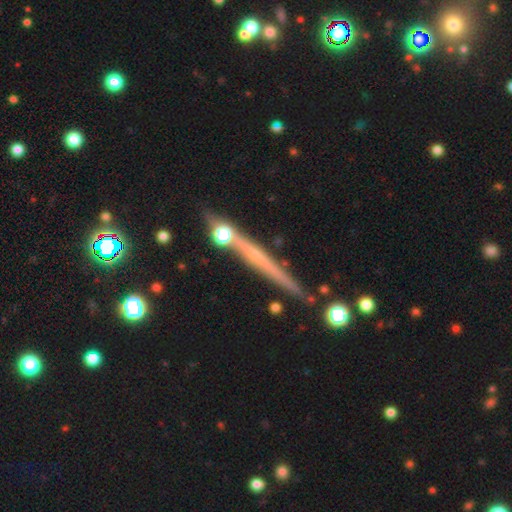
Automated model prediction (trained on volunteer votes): A featured or disk galaxy (58%) viewed edge-on (96%) with no central bulge (77%). Merging: none (80%).